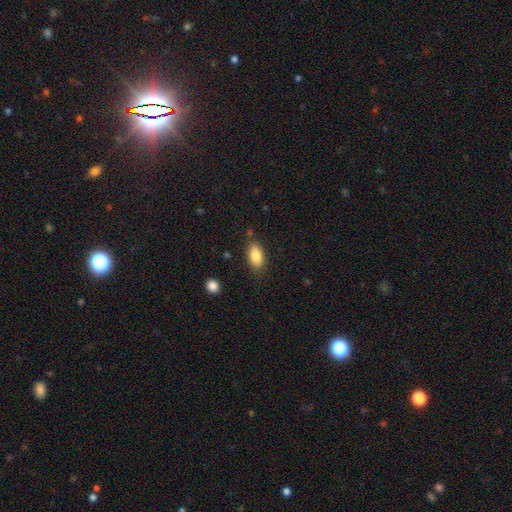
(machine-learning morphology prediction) Q: Smooth or featured?
A: smooth (84%); runner-up: featured or disk (9%)
Q: How rounded?
A: in between (90%); runner-up: cigar-shaped (6%)
Q: Merging?
A: none (83%); runner-up: minor disturbance (11%)